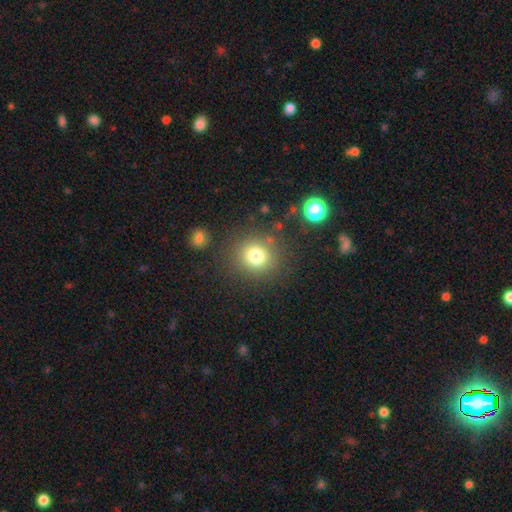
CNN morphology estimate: smooth-or-featured: smooth: 78% | star or artifact: 13% | featured or disk: 9%
  how-rounded: round: 88% | in between: 11% | cigar-shaped: 1%
  merging: none: 83% | minor disturbance: 9% | major disturbance: 5% | merger: 4%